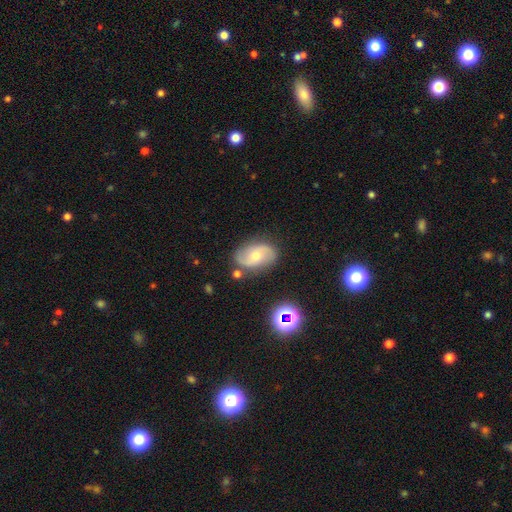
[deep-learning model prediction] Smooth or featured? Predicted: featured or disk (p=0.72). Edge-on disk? Predicted: no (p=0.96). Bar? Predicted: no (p=0.56). Spiral arms? Predicted: yes (p=0.91). Spiral winding? Predicted: loose (p=0.45). Spiral arm count? Predicted: 2 (p=0.90). Bulge size? Predicted: moderate (p=0.61). Merging? Predicted: none (p=0.78).